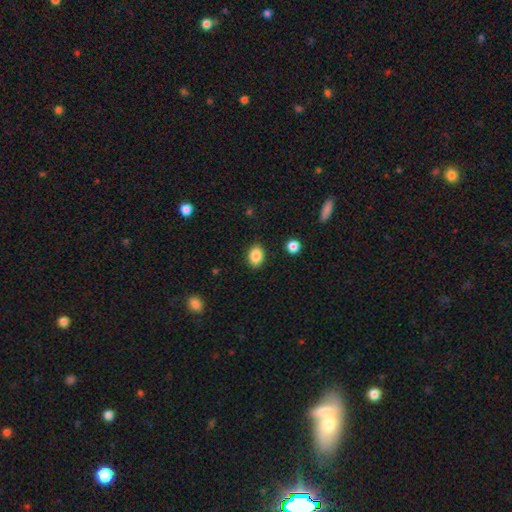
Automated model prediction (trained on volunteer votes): This is clearly a smooth galaxy (87%). How rounded: likely in between (73%). Merging: clearly none (87%).